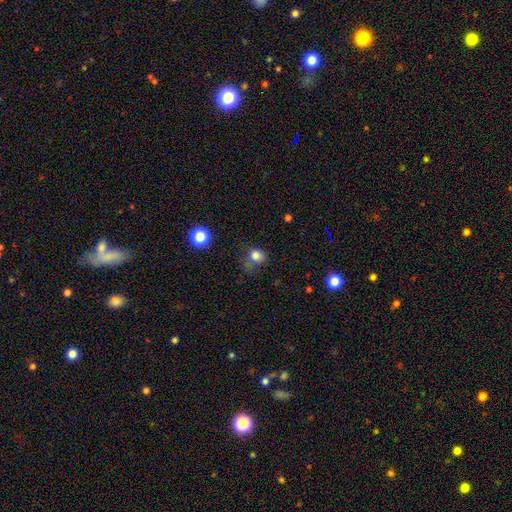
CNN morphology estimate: This appears to be a smooth galaxy with no disk features (79%) that is round (66%). Merging: none (39%).